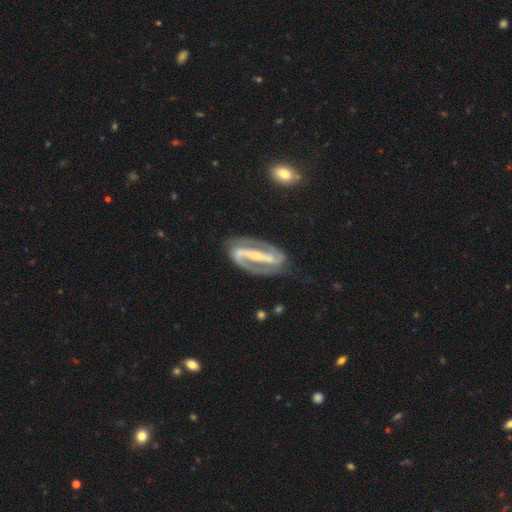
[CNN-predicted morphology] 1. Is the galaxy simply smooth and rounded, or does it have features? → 92% featured or disk, 4% smooth, 4% star or artifact.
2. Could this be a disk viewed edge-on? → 95% no, 5% yes.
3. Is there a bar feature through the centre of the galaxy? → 82% strong, 12% weak, 6% no.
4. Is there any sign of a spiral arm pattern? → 97% yes, 3% no.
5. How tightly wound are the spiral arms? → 48% medium, 36% tight, 16% loose.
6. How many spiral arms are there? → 94% 2, 2% can't tell, 2% 1, 1% 3, 1% 4, 1% more than 4.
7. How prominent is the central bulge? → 65% small, 28% moderate, 4% none, 2% large, 1% dominant.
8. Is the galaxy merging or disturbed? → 82% none, 12% minor disturbance, 5% major disturbance, 2% merger.